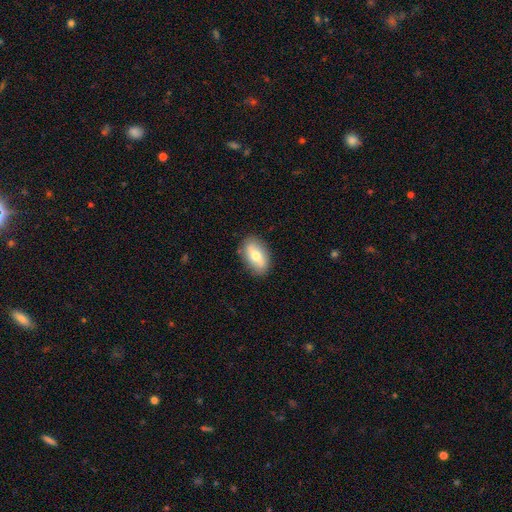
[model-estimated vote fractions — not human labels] Q: Smooth or featured?
A: smooth (63%); runner-up: featured or disk (31%)
Q: How rounded?
A: in between (90%); runner-up: round (7%)
Q: Merging?
A: none (86%); runner-up: minor disturbance (11%)